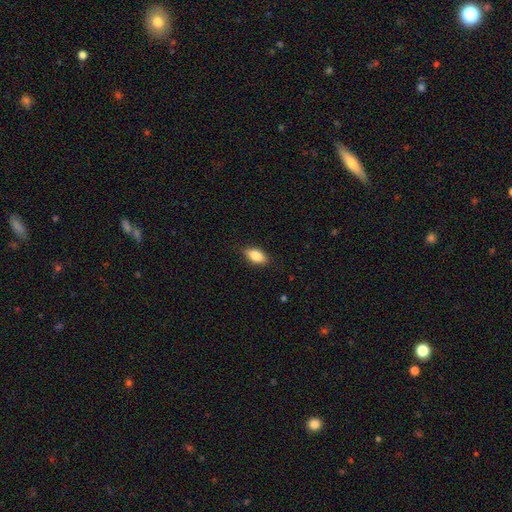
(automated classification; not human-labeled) smooth_or_featured: smooth (p=0.85) [alt: featured or disk p=0.08]
how_rounded: in between (p=0.90) [alt: cigar-shaped p=0.06]
merging: none (p=0.86) [alt: minor disturbance p=0.11]